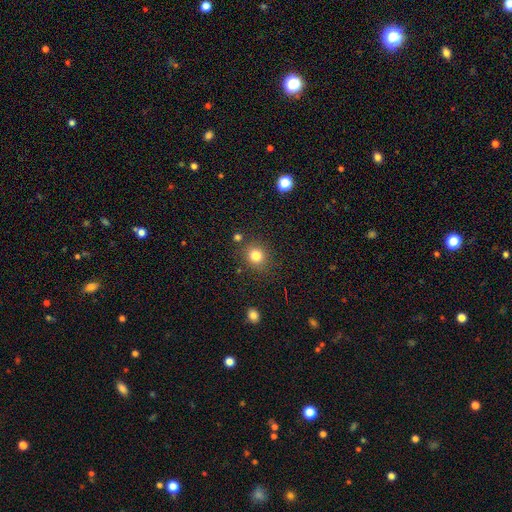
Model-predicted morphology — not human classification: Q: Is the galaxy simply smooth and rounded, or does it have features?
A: smooth — 81%.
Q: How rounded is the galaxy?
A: round — 81%.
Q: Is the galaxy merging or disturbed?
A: none — 82%.